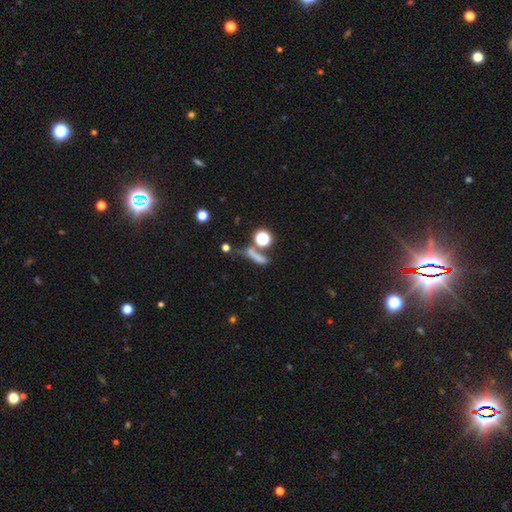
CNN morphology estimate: Smooth or featured: smooth — 57% (star or artifact — 23%)
How rounded: cigar-shaped — 54% (round — 26%)
Merging: none — 51% (merger — 20%)